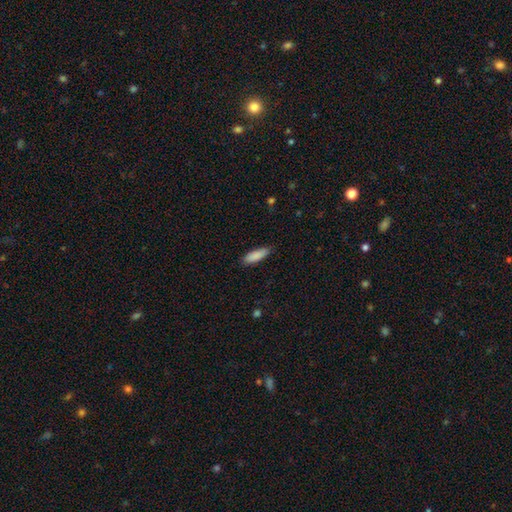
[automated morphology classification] Overall: smooth (88%). How rounded: cigar-shaped (51%; in between 47%). Merging: none (85%).